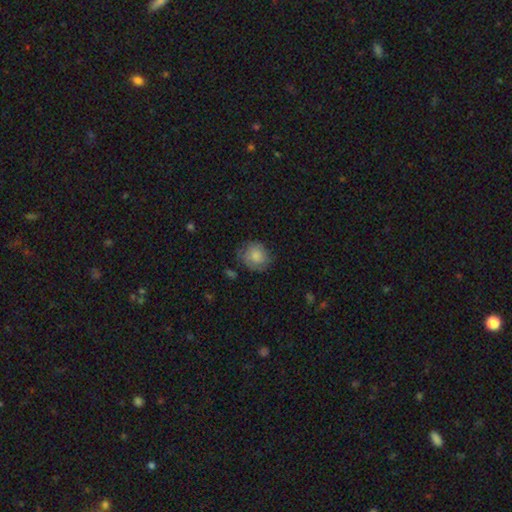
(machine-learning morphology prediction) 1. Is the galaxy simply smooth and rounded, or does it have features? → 66% smooth, 26% featured or disk, 8% star or artifact.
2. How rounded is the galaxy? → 74% round, 25% in between, 1% cigar-shaped.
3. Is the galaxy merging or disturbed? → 66% none, 24% minor disturbance, 8% major disturbance, 2% merger.